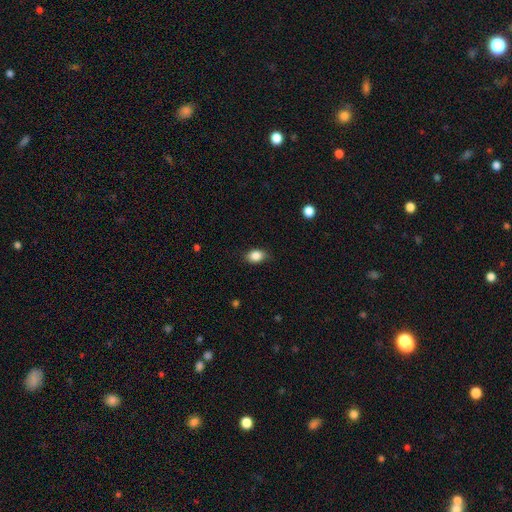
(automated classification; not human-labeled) Overall: smooth (86%). How rounded: in between (75%). Merging: none (83%).